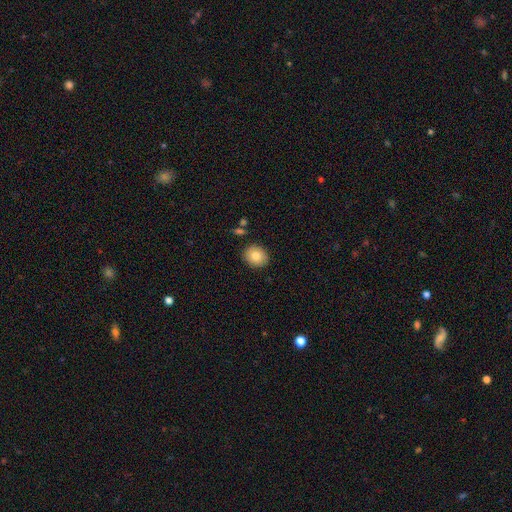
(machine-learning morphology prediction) This is clearly a smooth galaxy (82%). How rounded: likely round (62%). Merging: clearly none (88%).